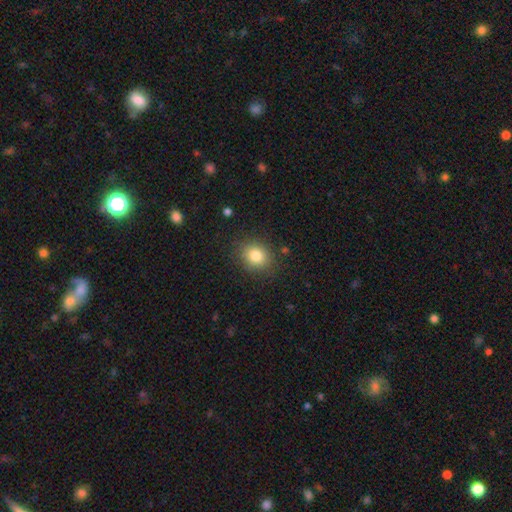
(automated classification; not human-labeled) smooth_or_featured: smooth (p=0.81) [alt: star or artifact p=0.11]
how_rounded: round (p=0.63) [alt: in between p=0.36]
merging: none (p=0.86) [alt: minor disturbance p=0.09]